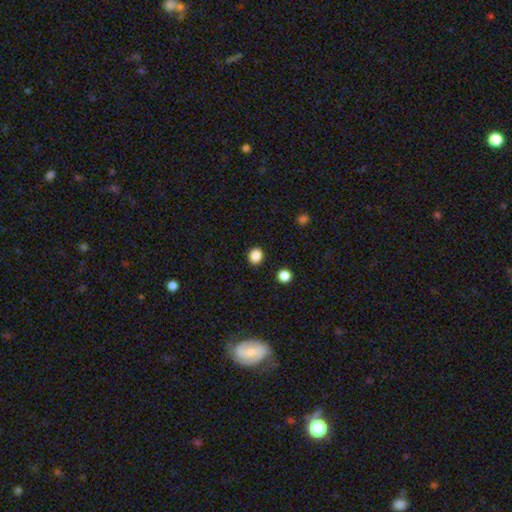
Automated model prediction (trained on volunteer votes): Morphology: type=smooth (86%); roundness=round (79%); merging=none (91%).